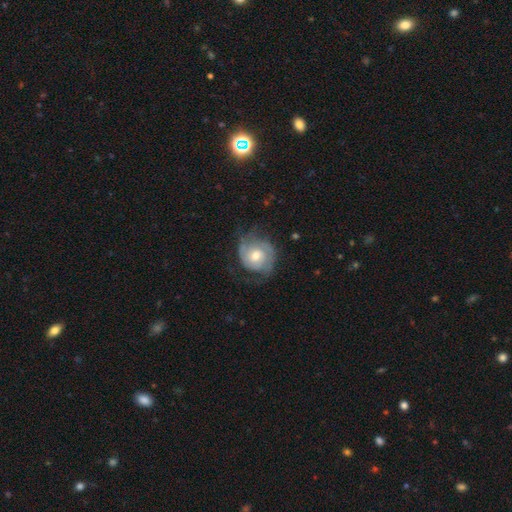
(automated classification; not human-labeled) The model was most divided on "spiral winding": tight: 50%, medium: 35%, loose: 14%. More confident: edge-on disk — no (98%); spiral arms — yes (91%); smooth or featured — featured or disk (74%); bar — no (68%); bulge size — moderate (67%); spiral arm count — 2 (63%); merging — none (60%).